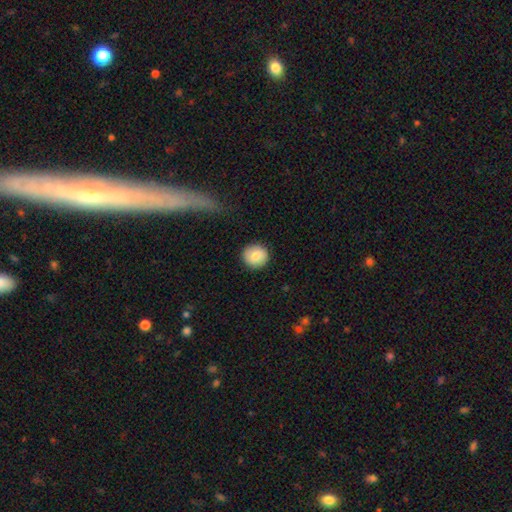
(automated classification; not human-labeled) A smooth galaxy with no disk features (82%) that is round (91%).

Vote fractions:
- Smooth or featured? smooth: 82% / featured or disk: 11% / star or artifact: 7%
- How rounded? round: 91% / in between: 8% / cigar-shaped: 1%
- Merging? none: 89% / minor disturbance: 8% / major disturbance: 2% / merger: 1%